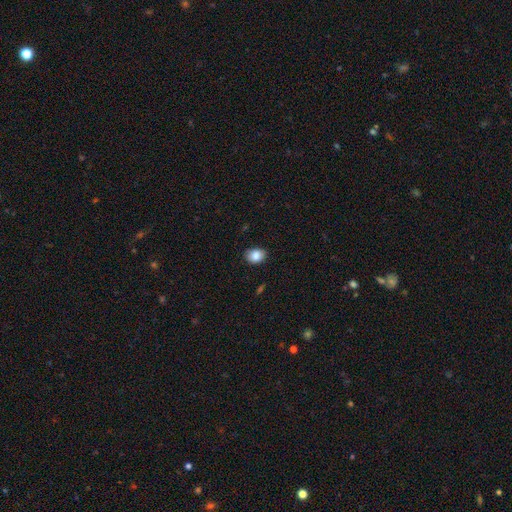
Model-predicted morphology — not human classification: A smooth galaxy with no disk features (86%) that is in between round and cigar-shaped (63%). Merging: none (84%).